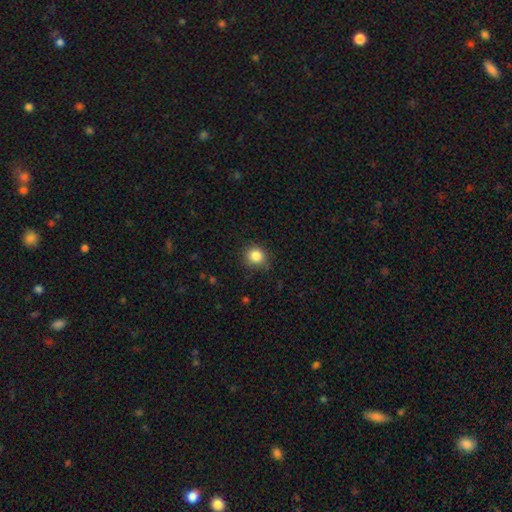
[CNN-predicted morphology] Smooth or featured? Predicted: smooth (p=0.85). How rounded? Predicted: round (p=0.88). Merging? Predicted: none (p=0.83).